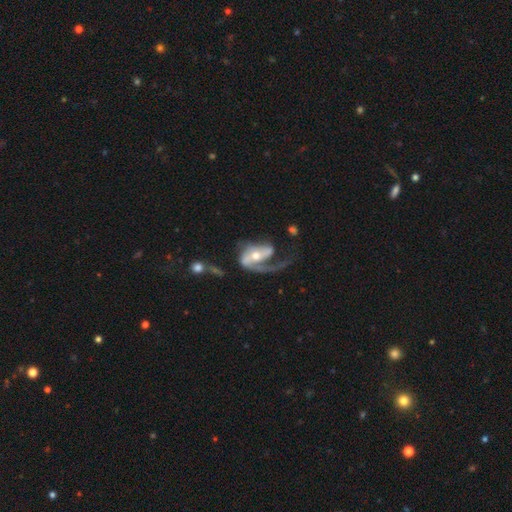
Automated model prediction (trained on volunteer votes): smooth_or_featured: featured or disk (p=0.83) [alt: smooth p=0.12]
disk_edge_on: no (p=0.96) [alt: yes p=0.04]
bar: no (p=0.39) [alt: weak p=0.35]
has_spiral_arms: yes (p=0.91) [alt: no p=0.09]
spiral_winding: loose (p=0.50) [alt: medium p=0.35]
spiral_arm_count: 1 (p=0.59) [alt: 2 p=0.32]
bulge_size: moderate (p=0.65) [alt: small p=0.26]
merging: major disturbance (p=0.46) [alt: none p=0.30]